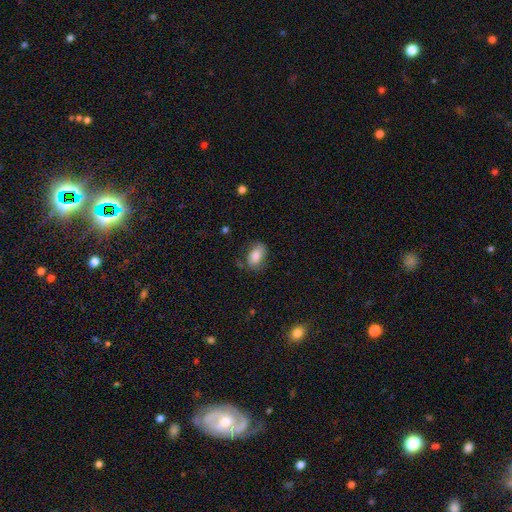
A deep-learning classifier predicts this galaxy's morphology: This is likely a smooth galaxy (80%). How rounded: clearly in between (88%). Merging: likely none (70%).